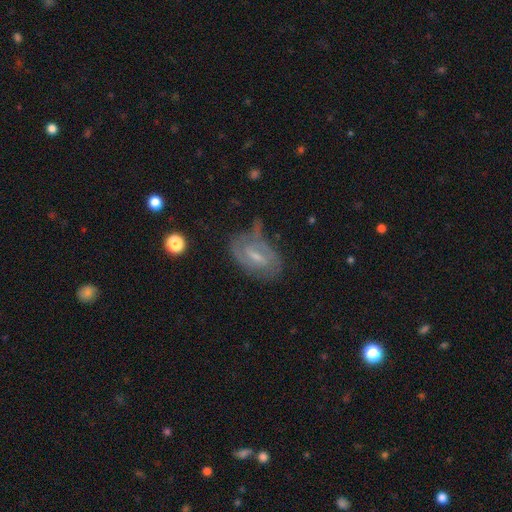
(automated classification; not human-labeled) The model was most divided on "spiral winding": tight: 44%, medium: 41%, loose: 15%. More confident: edge-on disk — no (95%); spiral arms — yes (86%); smooth or featured — featured or disk (73%); spiral arm count — 2 (61%); bar — weak (55%); merging — none (53%); bulge size — small (52%).